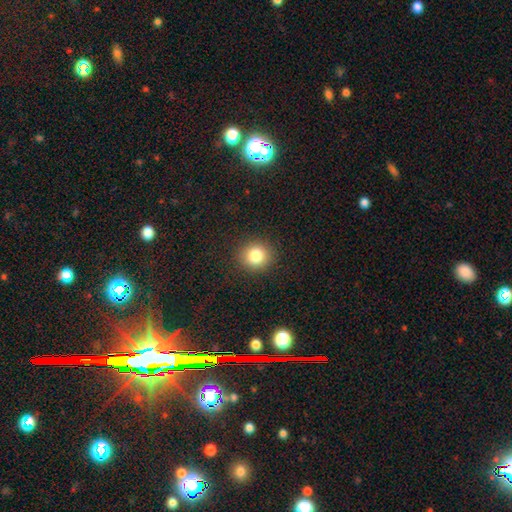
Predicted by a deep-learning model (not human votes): The model was most divided on "smooth or featured": smooth: 82%, star or artifact: 11%, featured or disk: 7%. More confident: merging — none (90%); how rounded — round (88%).